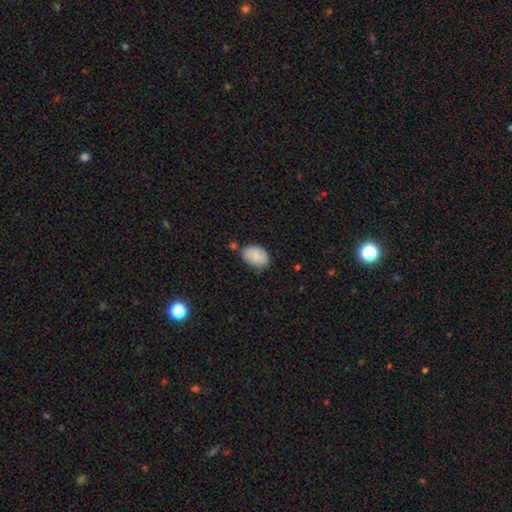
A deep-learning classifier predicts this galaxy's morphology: smooth 84%, featured or disk 10%, star or artifact 7%. Down the decision tree: how rounded — in between (82%); merging — none (72%).